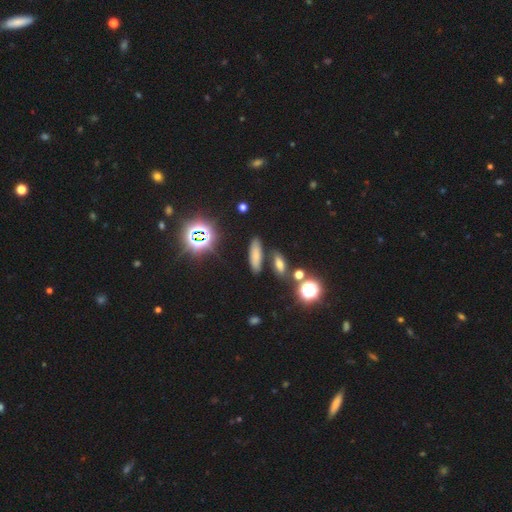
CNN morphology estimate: Smooth or featured? smooth (66%)
How rounded? cigar-shaped (53%)
Merging? none (77%)